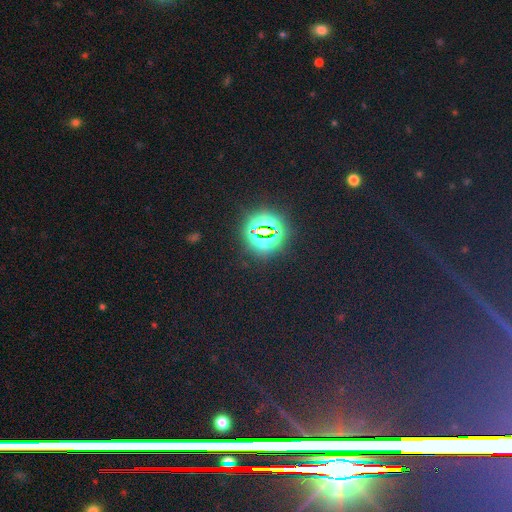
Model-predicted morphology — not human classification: A star or artifact, not a galaxy (71%).

Vote fractions:
- Smooth or featured? star or artifact: 71% / smooth: 21% / featured or disk: 8%